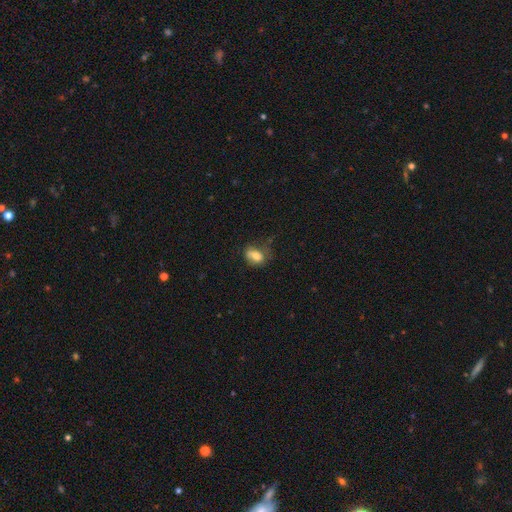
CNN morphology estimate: This appears to be a smooth galaxy with no disk features (74%) that is in between round and cigar-shaped (75%). Merging: none (47%).